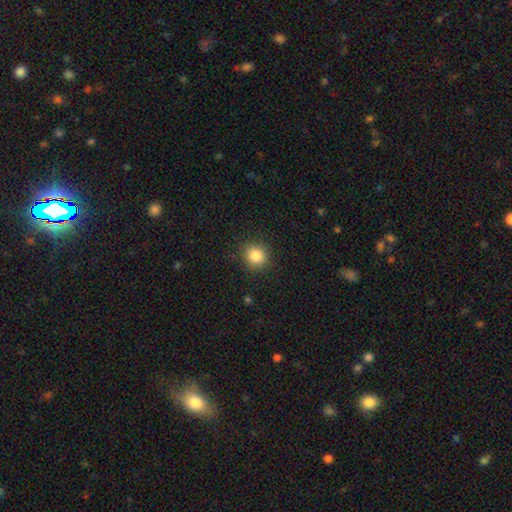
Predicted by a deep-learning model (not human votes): Smooth or featured? smooth (85%)
How rounded? round (88%)
Merging? none (89%)